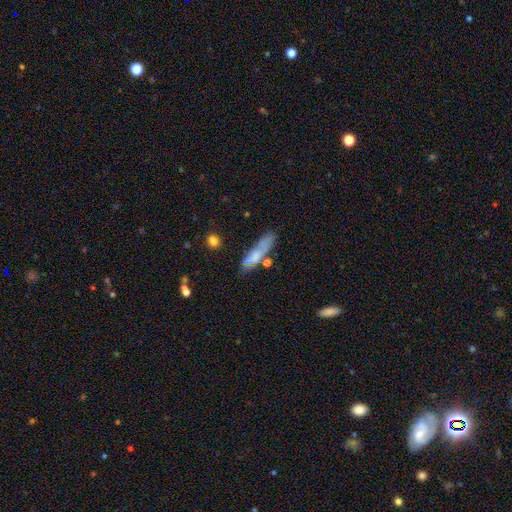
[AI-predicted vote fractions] Smooth or featured: smooth — 60% (featured or disk — 31%)
How rounded: cigar-shaped — 65% (in between — 32%)
Merging: none — 48% (minor disturbance — 25%)